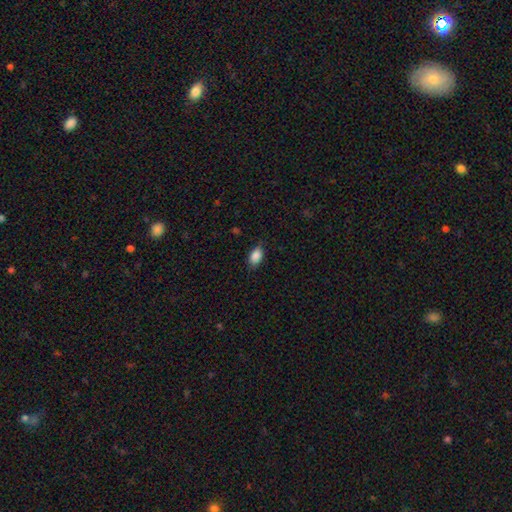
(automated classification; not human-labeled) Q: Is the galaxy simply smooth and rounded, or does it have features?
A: smooth — 88%.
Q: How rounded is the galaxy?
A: in between — 90%.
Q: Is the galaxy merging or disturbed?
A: none — 83%.